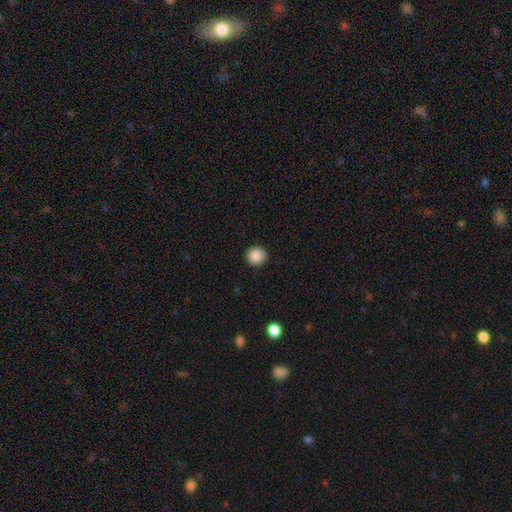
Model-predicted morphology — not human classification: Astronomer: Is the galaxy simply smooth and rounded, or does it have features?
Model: smooth — 87%.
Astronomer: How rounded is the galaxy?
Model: round — 92%.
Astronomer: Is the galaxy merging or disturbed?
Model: none — 90%.